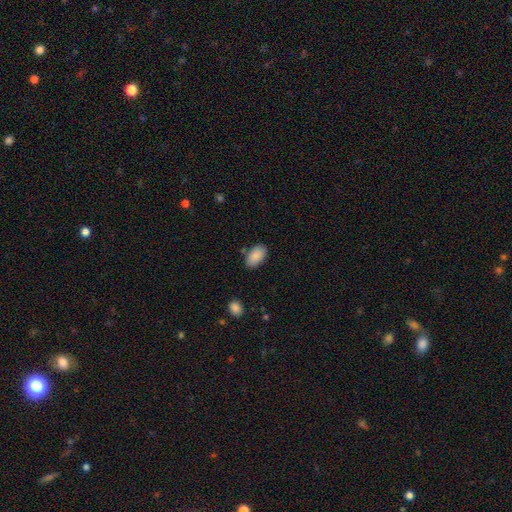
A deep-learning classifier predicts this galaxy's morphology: Q: Smooth or featured?
A: smooth (89%); runner-up: star or artifact (7%)
Q: How rounded?
A: in between (94%); runner-up: round (4%)
Q: Merging?
A: none (81%); runner-up: minor disturbance (13%)